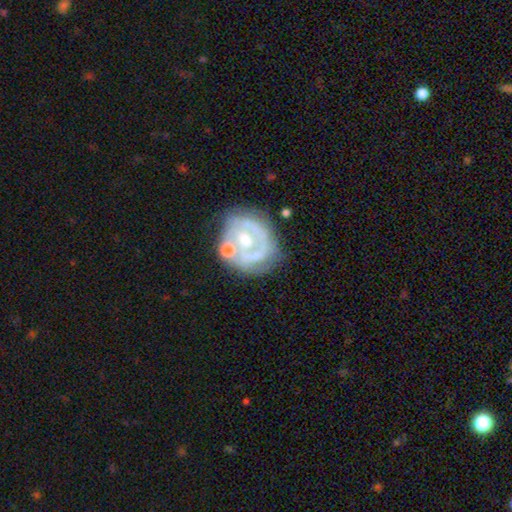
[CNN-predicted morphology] Q: Smooth or featured?
A: featured or disk (68%); runner-up: smooth (24%)
Q: Edge-on disk?
A: no (97%); runner-up: yes (3%)
Q: Bar?
A: no (65%); runner-up: weak (26%)
Q: Spiral arms?
A: no (57%); runner-up: yes (43%)
Q: Bulge size?
A: moderate (62%); runner-up: small (20%)
Q: Merging?
A: none (51%); runner-up: minor disturbance (21%)